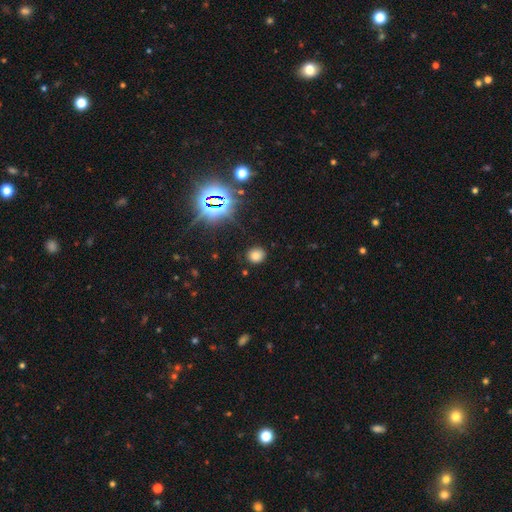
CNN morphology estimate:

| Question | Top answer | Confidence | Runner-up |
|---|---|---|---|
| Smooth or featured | smooth | 71% | star or artifact (22%) |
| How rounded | round | 77% | in between (21%) |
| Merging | none | 87% | minor disturbance (8%) |